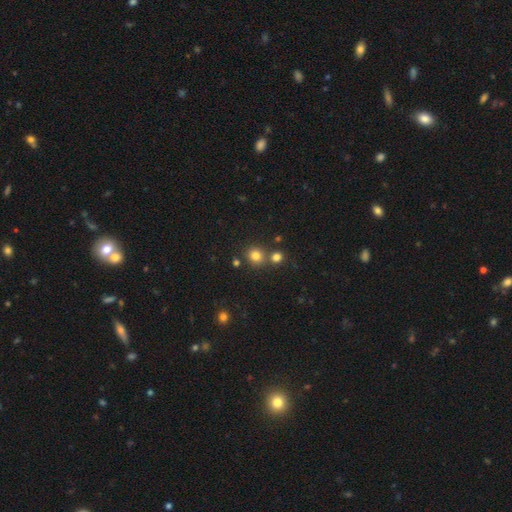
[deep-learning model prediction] Smooth or featured? Predicted: smooth (p=0.78). How rounded? Predicted: round (p=0.87). Merging? Predicted: none (p=0.71).